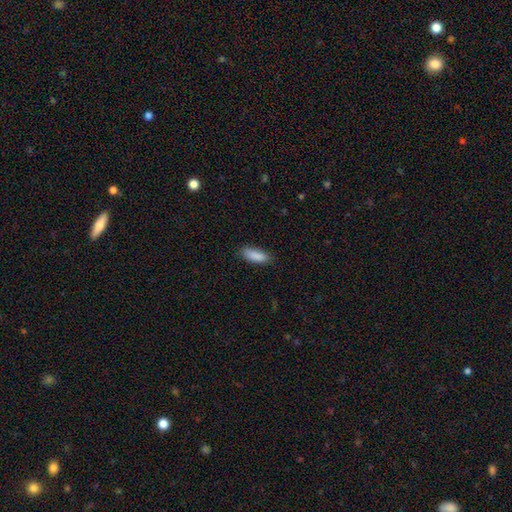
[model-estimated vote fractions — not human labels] A smooth galaxy with no disk features (89%) that is in between round and cigar-shaped (68%).

Vote fractions:
- Smooth or featured? smooth: 89% / star or artifact: 6% / featured or disk: 5%
- How rounded? in between: 68% / cigar-shaped: 30% / round: 2%
- Merging? none: 84% / minor disturbance: 13% / major disturbance: 2% / merger: 1%